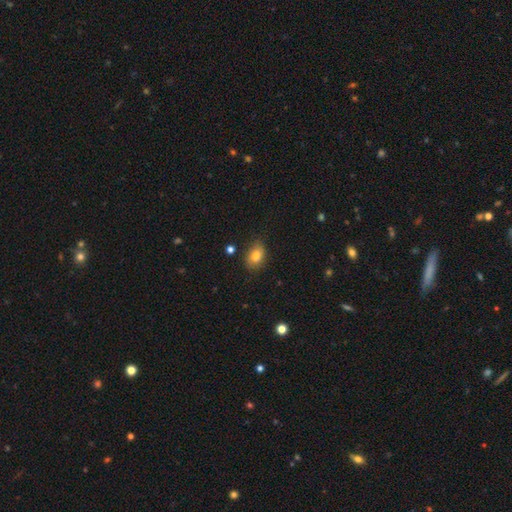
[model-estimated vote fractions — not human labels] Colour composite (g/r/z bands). It shows a smooth galaxy with no disk features (80%) that is in between round and cigar-shaped (76%). Merging: none (78%).